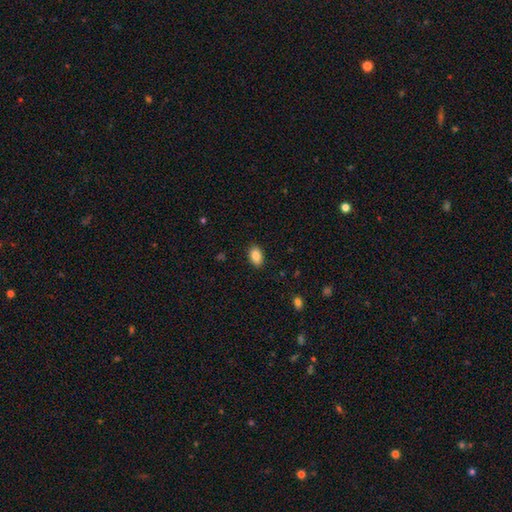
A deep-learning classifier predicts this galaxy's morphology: A smooth galaxy with no disk features (88%) that is in between round and cigar-shaped (88%).

Vote fractions:
- Smooth or featured? smooth: 88% / star or artifact: 8% / featured or disk: 4%
- How rounded? in between: 88% / round: 10% / cigar-shaped: 1%
- Merging? none: 88% / minor disturbance: 8% / major disturbance: 2% / merger: 1%